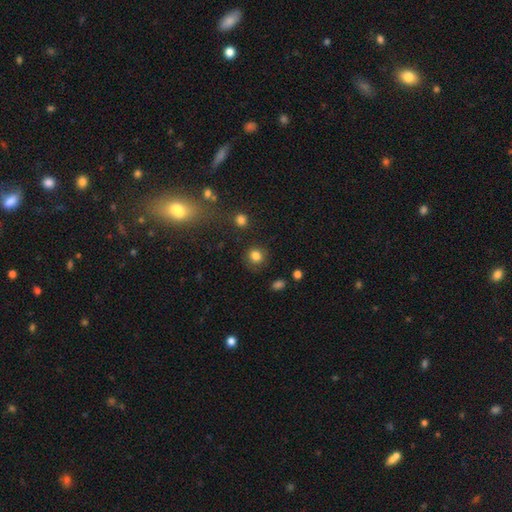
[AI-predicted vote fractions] This is clearly a smooth galaxy (82%). How rounded: clearly round (87%). Merging: clearly none (85%).